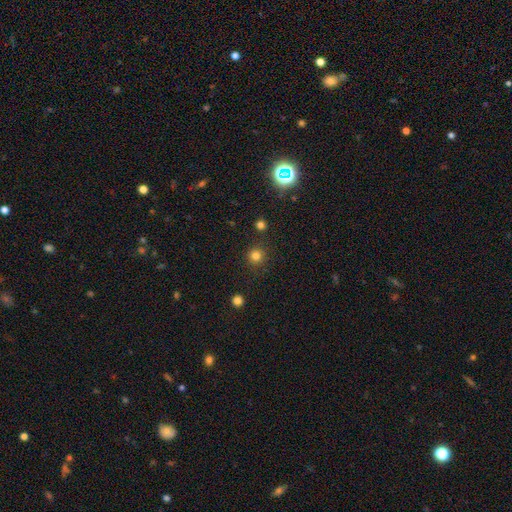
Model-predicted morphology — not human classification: This appears to be a smooth galaxy with no disk features (79%) that is round (93%). Merging: none (88%).